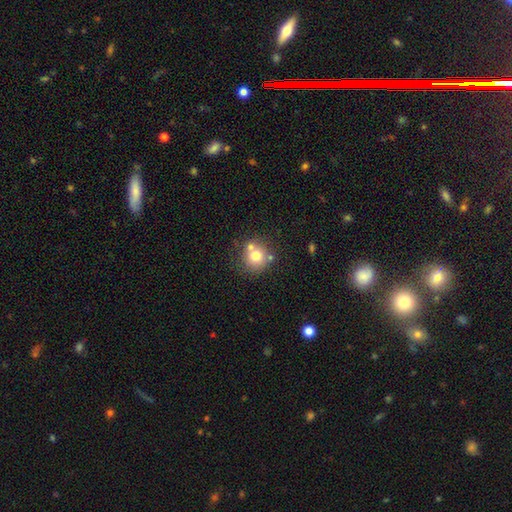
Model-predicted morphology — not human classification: smooth 71%, featured or disk 17%, star or artifact 11%. Down the decision tree: how rounded — round (88%); merging — none (60%).